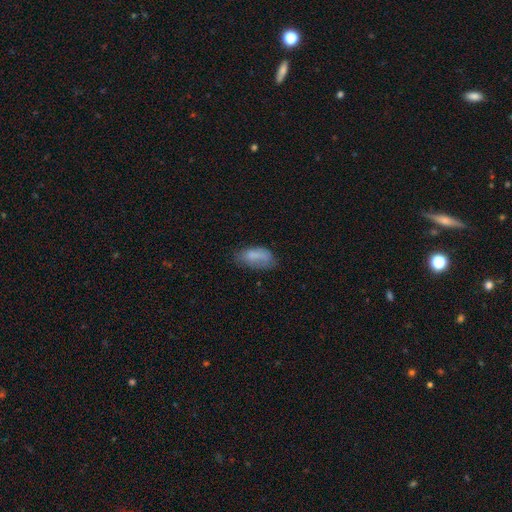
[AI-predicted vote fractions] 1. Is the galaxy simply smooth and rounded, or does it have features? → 77% smooth, 14% featured or disk, 9% star or artifact.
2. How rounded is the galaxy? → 91% in between, 6% cigar-shaped, 3% round.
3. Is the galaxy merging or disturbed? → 53% none, 31% minor disturbance, 14% major disturbance, 3% merger.